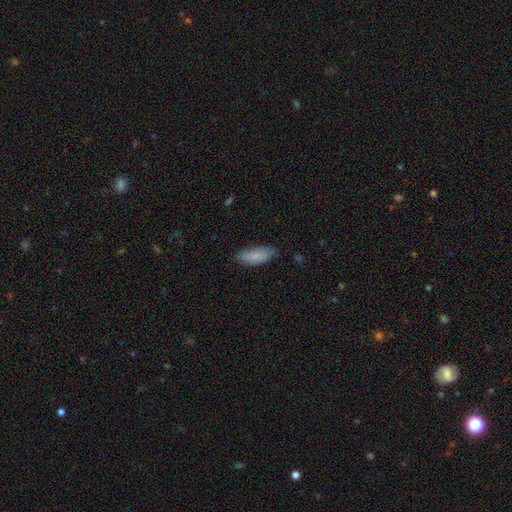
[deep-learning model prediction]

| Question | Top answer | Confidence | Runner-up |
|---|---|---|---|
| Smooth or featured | smooth | 83% | featured or disk (11%) |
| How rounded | in between | 77% | cigar-shaped (22%) |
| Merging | none | 81% | minor disturbance (16%) |